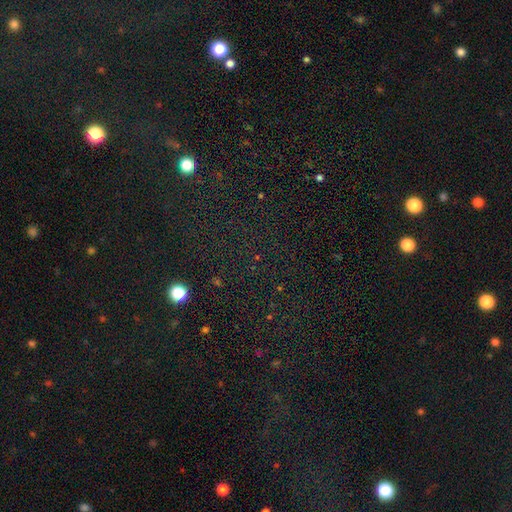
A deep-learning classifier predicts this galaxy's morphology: smooth_or_featured: star or artifact (p=0.75) [alt: smooth p=0.16]